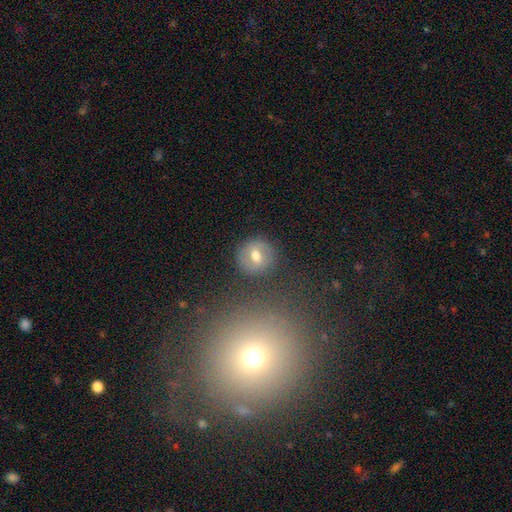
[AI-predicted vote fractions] smooth-or-featured: smooth: 55% | featured or disk: 35% | star or artifact: 10%
  how-rounded: round: 89% | in between: 10% | cigar-shaped: 1%
  merging: none: 84% | minor disturbance: 9% | major disturbance: 4% | merger: 3%